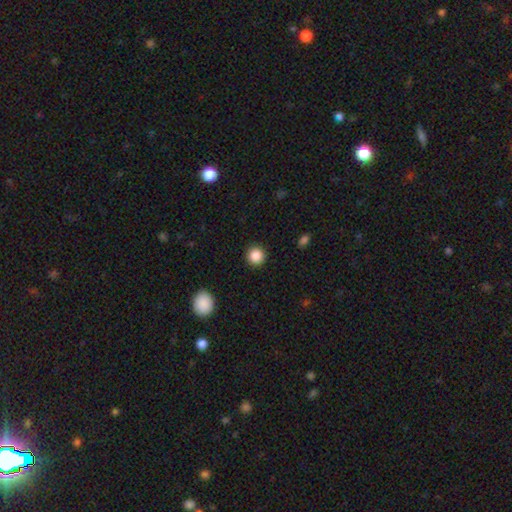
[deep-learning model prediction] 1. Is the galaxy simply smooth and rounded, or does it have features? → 86% smooth, 10% star or artifact, 4% featured or disk.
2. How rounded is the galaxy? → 95% round, 4% in between, 1% cigar-shaped.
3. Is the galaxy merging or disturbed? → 92% none, 5% minor disturbance, 2% major disturbance, 1% merger.